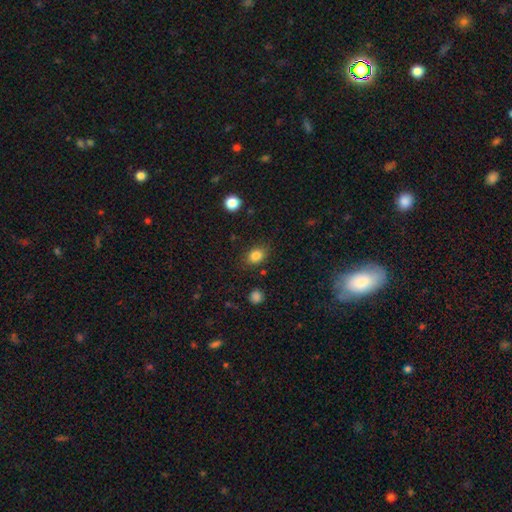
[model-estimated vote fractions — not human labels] smooth 84%, star or artifact 10%, featured or disk 6%. Down the decision tree: how rounded — in between (63%); merging — none (82%).